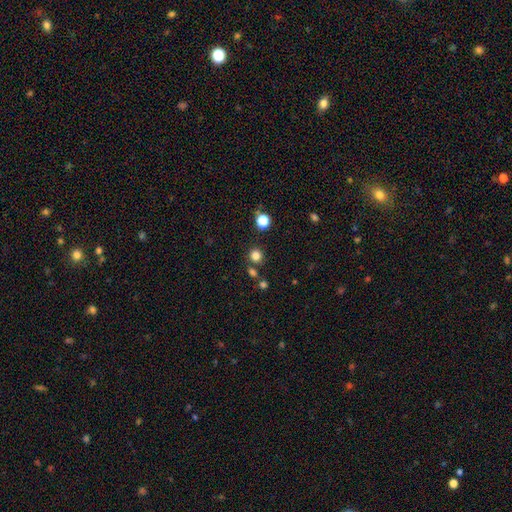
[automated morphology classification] This appears to be a smooth galaxy with no disk features (80%) that is round (91%). Merging: none (80%).